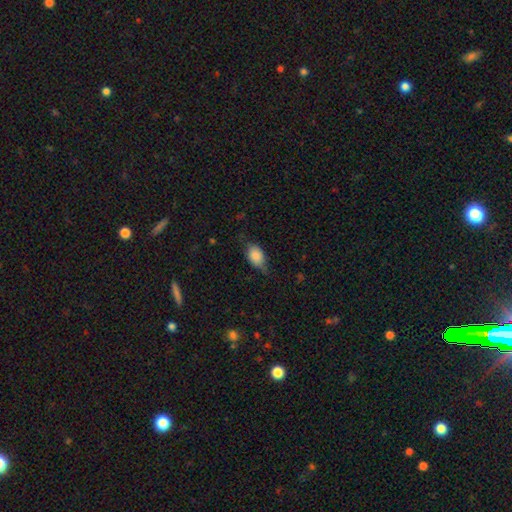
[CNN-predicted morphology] The model was most divided on "merging": none: 52%, minor disturbance: 35%, major disturbance: 12%, merger: 2%. More confident: how rounded — in between (84%); smooth or featured — smooth (79%).